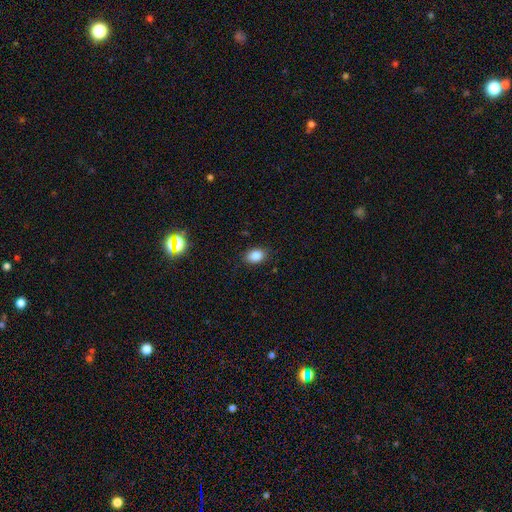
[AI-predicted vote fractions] A smooth galaxy with no disk features (86%) that is in between round and cigar-shaped (79%). Merging: none (86%).